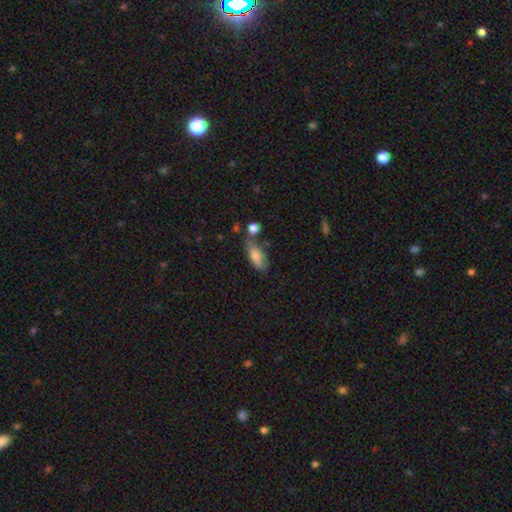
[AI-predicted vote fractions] Smooth or featured? smooth (77%)
How rounded? in between (77%)
Merging? none (56%)